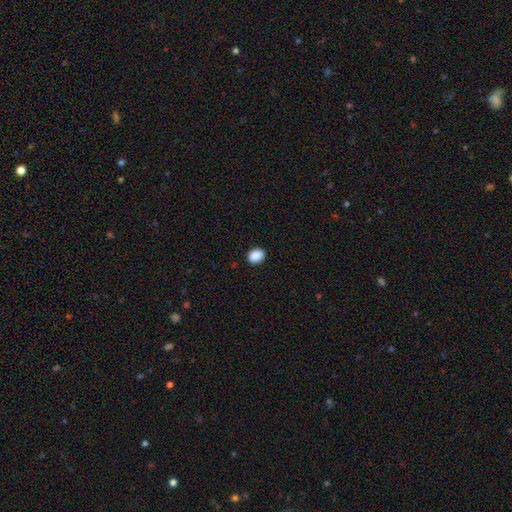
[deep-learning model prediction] Q: Smooth or featured?
A: smooth (90%); runner-up: star or artifact (8%)
Q: How rounded?
A: in between (58%); runner-up: round (41%)
Q: Merging?
A: none (90%); runner-up: minor disturbance (7%)